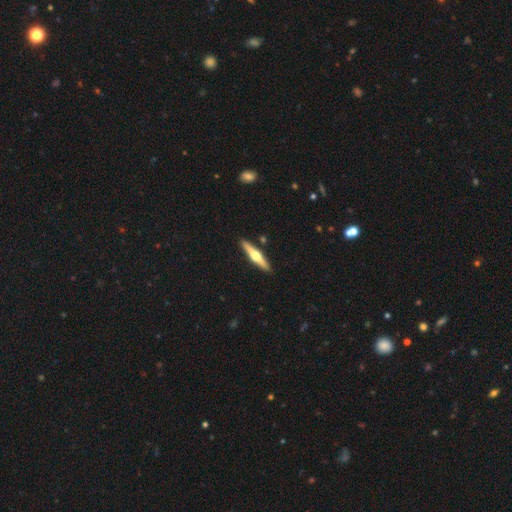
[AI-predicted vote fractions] Smooth or featured? Predicted: featured or disk (p=0.65). Edge-on disk? Predicted: yes (p=0.97). Edge-on bulge? Predicted: rounded (p=0.94). Merging? Predicted: none (p=0.90).